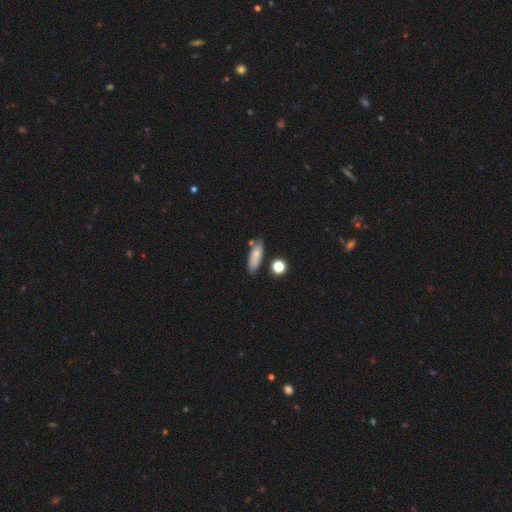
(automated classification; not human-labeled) Smooth or featured? smooth (76%)
How rounded? in between (56%)
Merging? none (74%)